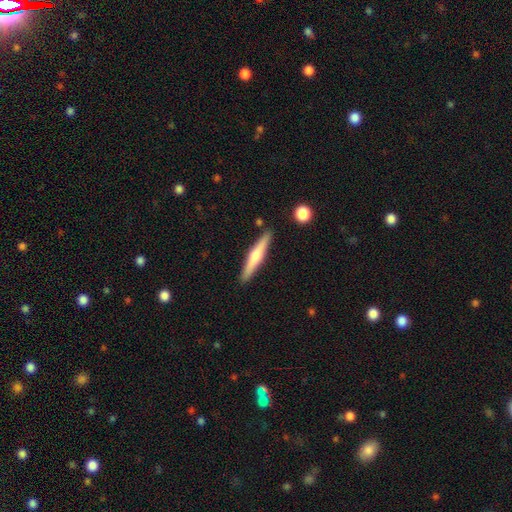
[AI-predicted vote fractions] Morphology: type=featured or disk (55%); edge-on=yes (97%); edge-on bulge=rounded (86%); merging=none (89%).